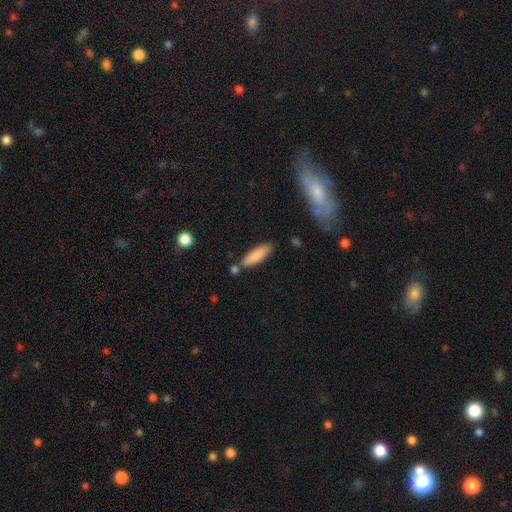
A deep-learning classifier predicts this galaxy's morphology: Q: Smooth or featured?
A: smooth (86%); runner-up: featured or disk (8%)
Q: How rounded?
A: cigar-shaped (59%); runner-up: in between (40%)
Q: Merging?
A: none (76%); runner-up: minor disturbance (13%)